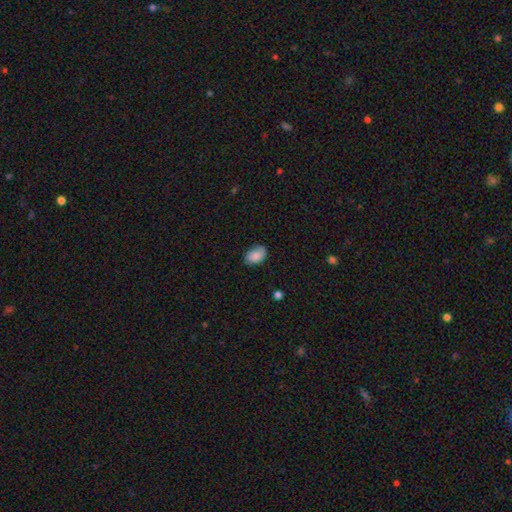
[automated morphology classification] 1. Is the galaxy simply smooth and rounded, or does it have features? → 86% smooth, 7% star or artifact, 7% featured or disk.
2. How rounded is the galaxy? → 88% in between, 11% round, 1% cigar-shaped.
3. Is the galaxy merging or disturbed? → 75% none, 20% minor disturbance, 4% major disturbance, 1% merger.